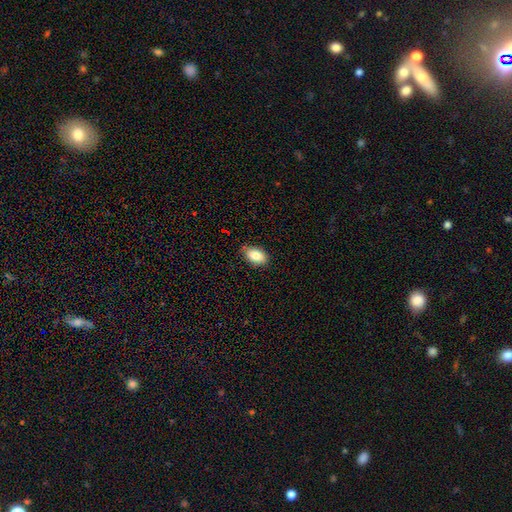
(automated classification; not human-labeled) Smooth or featured? Predicted: smooth (p=0.83). How rounded? Predicted: in between (p=0.89). Merging? Predicted: none (p=0.81).